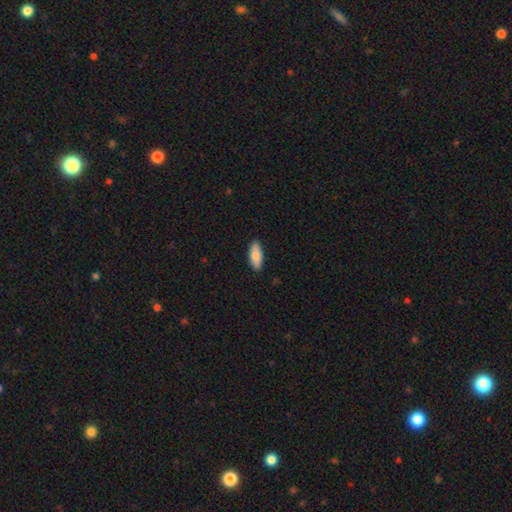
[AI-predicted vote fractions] This appears to be a smooth galaxy with no disk features (83%) that is in between round and cigar-shaped (77%). Merging: none (89%).